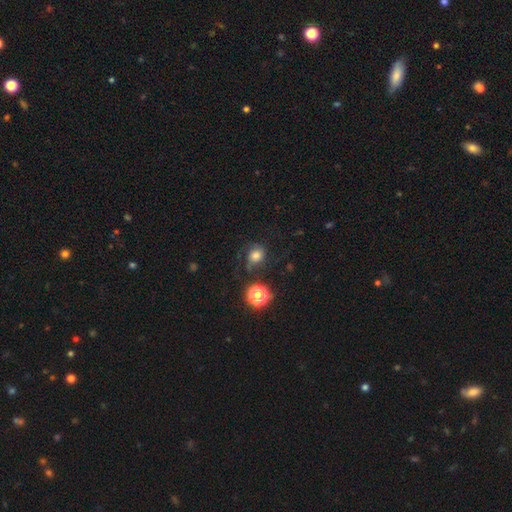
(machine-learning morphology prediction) This appears to be a smooth galaxy with no disk features (64%) that is round (73%). Merging: none (53%).